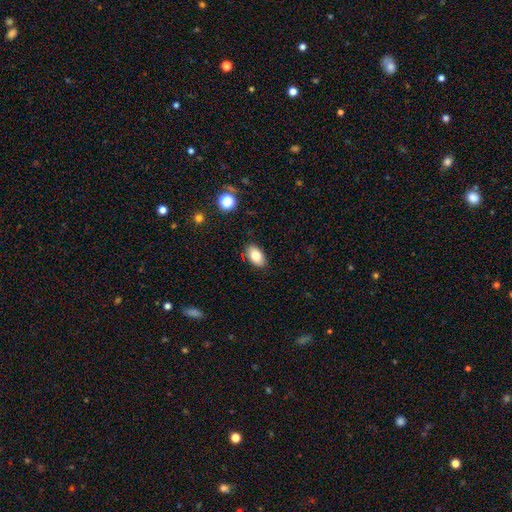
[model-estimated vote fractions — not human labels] This appears to be a smooth galaxy with no disk features (80%) that is in between round and cigar-shaped (91%). Merging: none (87%).